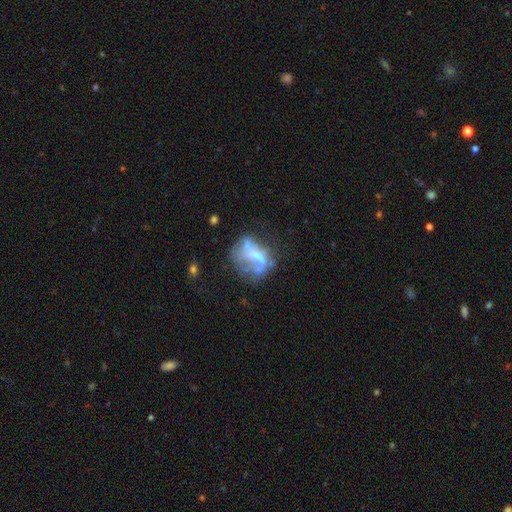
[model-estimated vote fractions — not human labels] Smooth or featured? featured or disk (55%)
Edge-on disk? no (96%)
Bar? no (61%)
Spiral arms? no (78%)
Bulge size? none (48%)
Merging? major disturbance (37%)